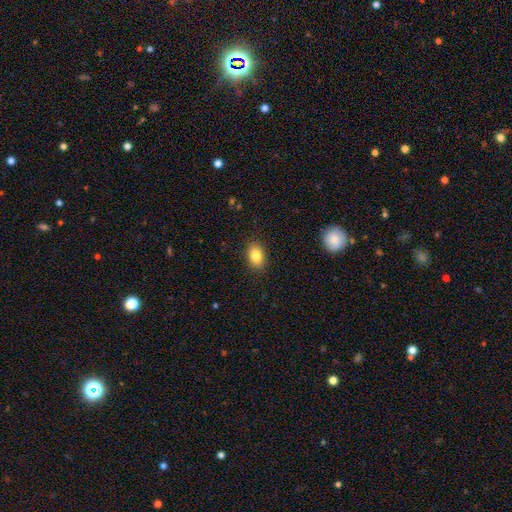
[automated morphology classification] Smooth or featured: smooth — 84% (star or artifact — 8%)
How rounded: in between — 85% (round — 13%)
Merging: none — 88% (minor disturbance — 9%)